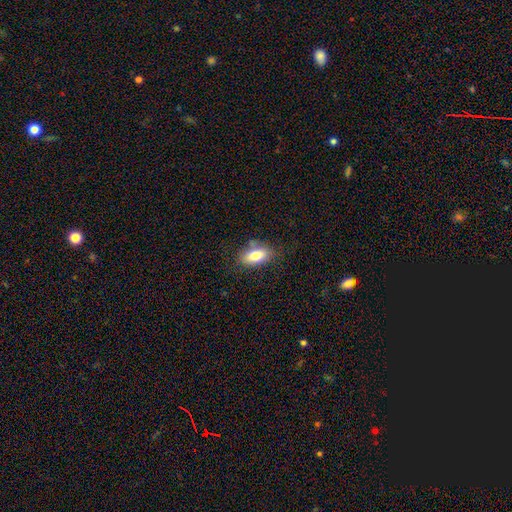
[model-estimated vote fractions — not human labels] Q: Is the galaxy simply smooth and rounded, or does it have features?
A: smooth — 79%.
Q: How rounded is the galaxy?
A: in between — 90%.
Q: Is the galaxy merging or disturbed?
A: none — 72%.